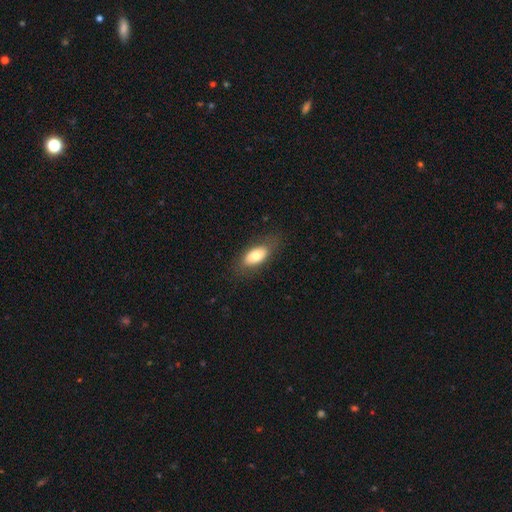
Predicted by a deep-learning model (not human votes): Morphology: type=smooth (74%); roundness=in between (88%); merging=none (77%).